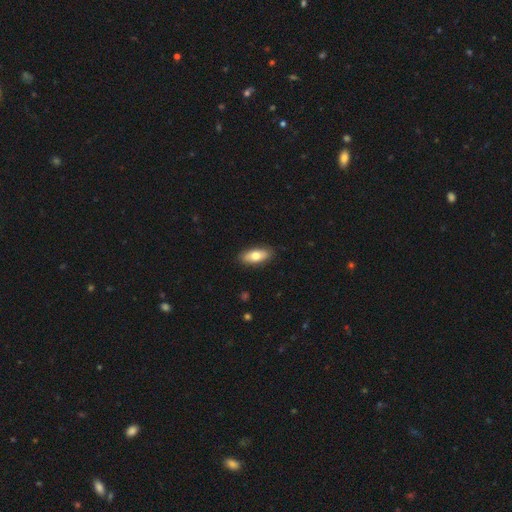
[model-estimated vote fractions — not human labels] smooth-or-featured: smooth: 73% | featured or disk: 21% | star or artifact: 6%
  how-rounded: in between: 82% | cigar-shaped: 15% | round: 3%
  merging: none: 88% | minor disturbance: 9% | major disturbance: 2% | merger: 1%